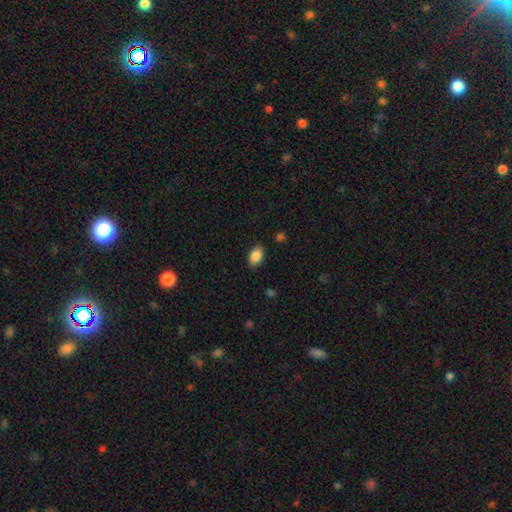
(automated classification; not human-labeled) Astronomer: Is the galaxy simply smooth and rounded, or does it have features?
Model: smooth — 88%.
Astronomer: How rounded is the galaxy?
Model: in between — 90%.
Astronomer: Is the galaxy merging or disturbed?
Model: none — 85%.